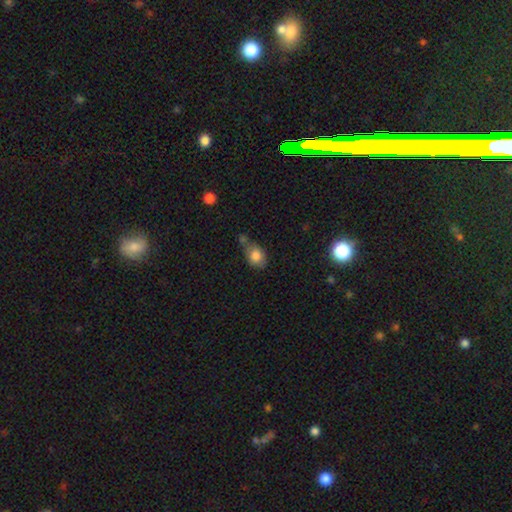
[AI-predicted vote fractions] Overall: smooth (82%). How rounded: in between (65%; round 33%). Merging: none (41%; merger 26%).